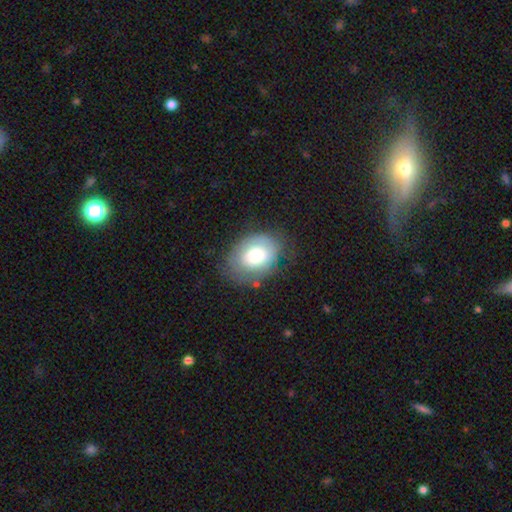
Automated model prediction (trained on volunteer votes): This appears to be a smooth galaxy with no disk features (67%) that is in between round and cigar-shaped (59%). Merging: none (65%).